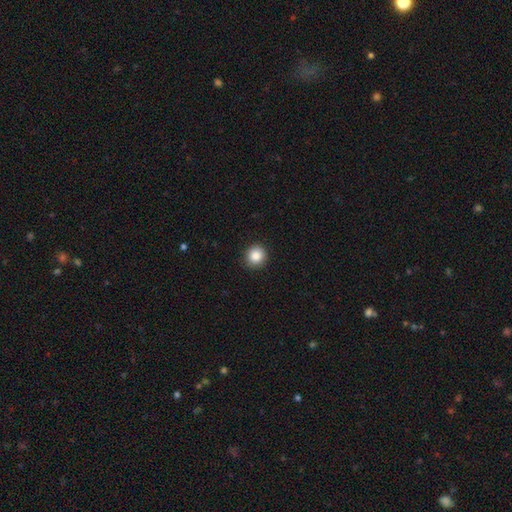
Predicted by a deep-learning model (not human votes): smooth_or_featured: smooth (p=0.87) [alt: star or artifact p=0.09]
how_rounded: round (p=0.91) [alt: in between p=0.08]
merging: none (p=0.90) [alt: minor disturbance p=0.07]